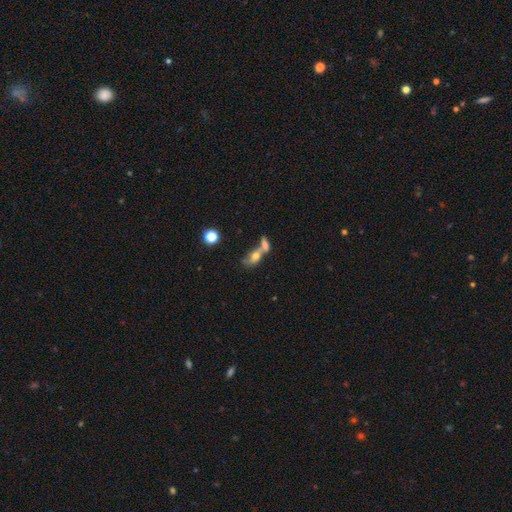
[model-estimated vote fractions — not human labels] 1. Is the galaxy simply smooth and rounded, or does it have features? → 55% smooth, 32% featured or disk, 13% star or artifact.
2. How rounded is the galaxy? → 70% in between, 17% round, 13% cigar-shaped.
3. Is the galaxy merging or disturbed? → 64% merger, 19% none, 8% major disturbance, 8% minor disturbance.